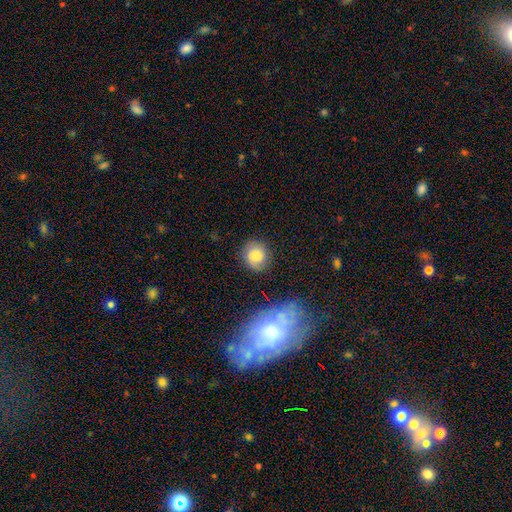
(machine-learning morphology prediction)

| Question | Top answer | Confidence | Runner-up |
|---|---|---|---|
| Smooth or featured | smooth | 75% | featured or disk (15%) |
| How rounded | round | 81% | in between (18%) |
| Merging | none | 82% | minor disturbance (12%) |